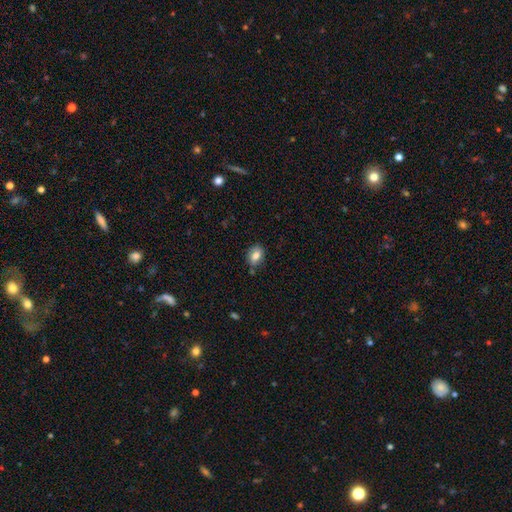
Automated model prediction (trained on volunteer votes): The model was most divided on "how rounded": in between: 69%, round: 29%, cigar-shaped: 2%. More confident: smooth or featured — smooth (80%); merging — none (71%).